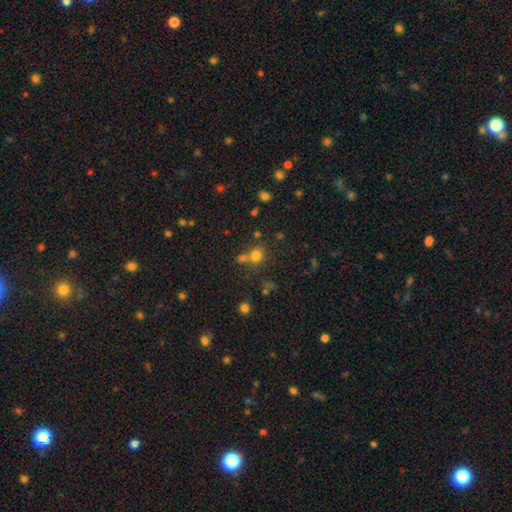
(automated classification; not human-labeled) smooth_or_featured: smooth (p=0.72) [alt: star or artifact p=0.20]
how_rounded: round (p=0.75) [alt: in between p=0.24]
merging: none (p=0.57) [alt: merger p=0.28]